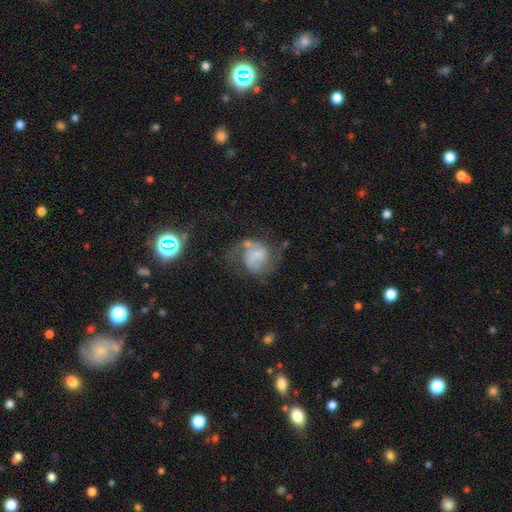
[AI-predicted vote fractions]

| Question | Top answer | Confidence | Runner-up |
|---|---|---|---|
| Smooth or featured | featured or disk | 69% | smooth (22%) |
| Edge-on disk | no | 98% | yes (2%) |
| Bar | no | 55% | weak (36%) |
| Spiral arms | yes | 87% | no (13%) |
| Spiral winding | medium | 48% | loose (33%) |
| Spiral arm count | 2 | 80% | can't tell (9%) |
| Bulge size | none | 37% | small (33%) |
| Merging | none | 48% | major disturbance (26%) |